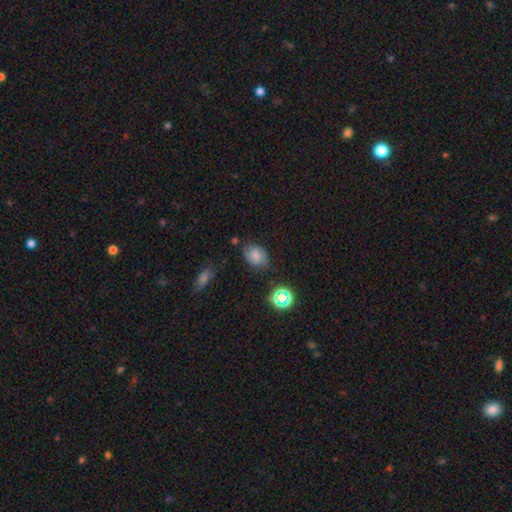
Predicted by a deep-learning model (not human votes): Q: Smooth or featured?
A: smooth (68%); runner-up: featured or disk (17%)
Q: How rounded?
A: in between (80%); runner-up: round (19%)
Q: Merging?
A: none (73%); runner-up: minor disturbance (19%)